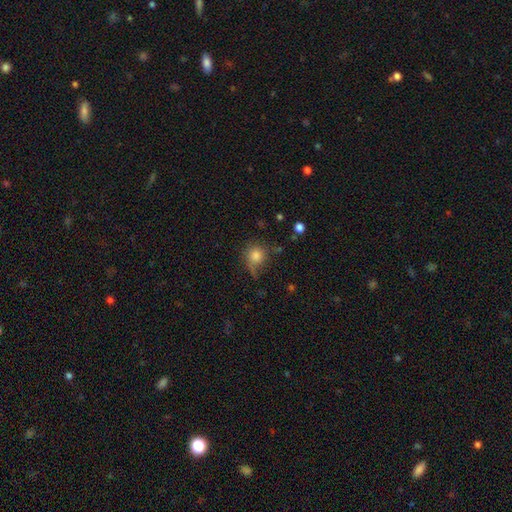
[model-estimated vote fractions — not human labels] This is likely a smooth galaxy (80%). How rounded: clearly round (84%). Merging: possibly none (55%).